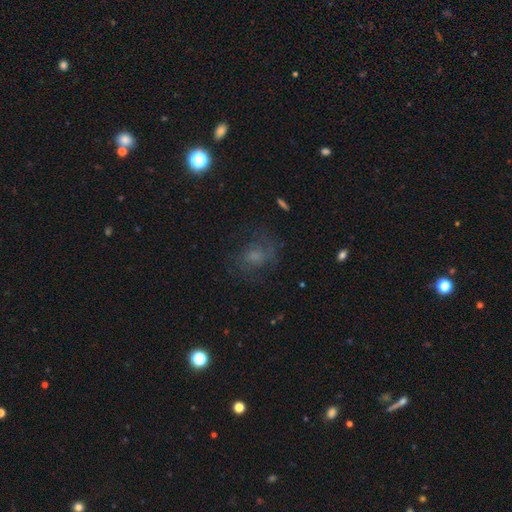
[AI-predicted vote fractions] smooth_or_featured: smooth (p=0.39) [alt: featured or disk p=0.37]
merging: none (p=0.64) [alt: minor disturbance p=0.18]